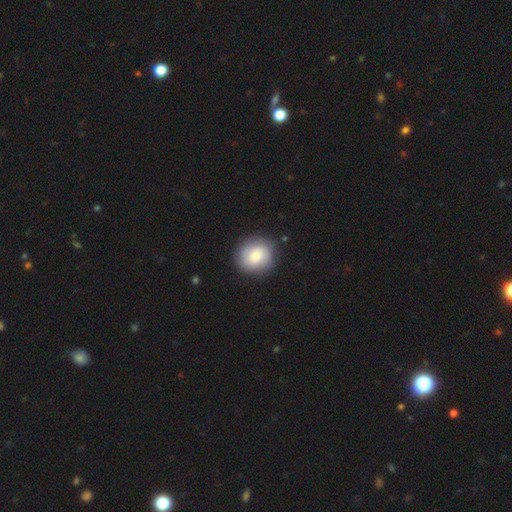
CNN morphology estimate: This is clearly a smooth galaxy (80%). How rounded: clearly round (83%). Merging: clearly none (82%).